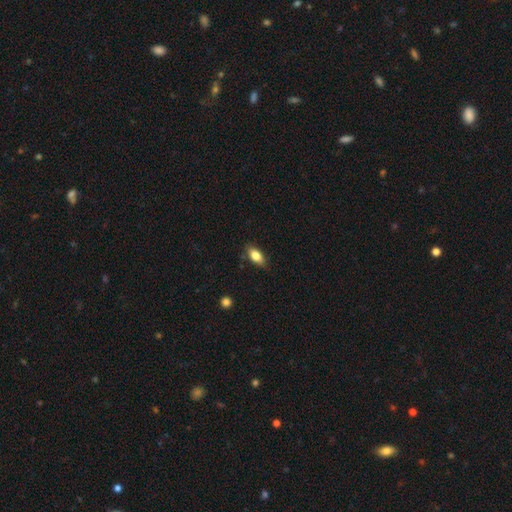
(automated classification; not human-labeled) smooth-or-featured: smooth: 81% | featured or disk: 11% | star or artifact: 7%
  how-rounded: in between: 87% | cigar-shaped: 8% | round: 5%
  merging: none: 81% | minor disturbance: 15% | major disturbance: 3% | merger: 1%